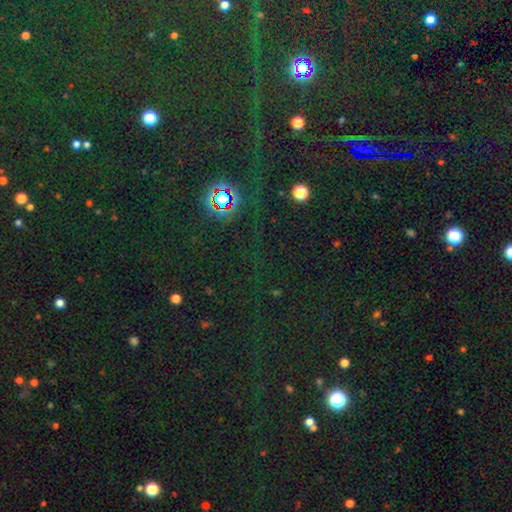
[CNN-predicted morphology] smooth_or_featured: star or artifact (p=0.82) [alt: smooth p=0.12]